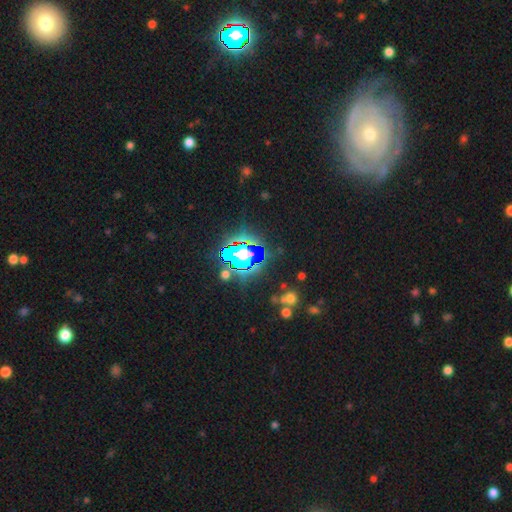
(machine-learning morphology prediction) Smooth or featured? Predicted: star or artifact (p=0.56).